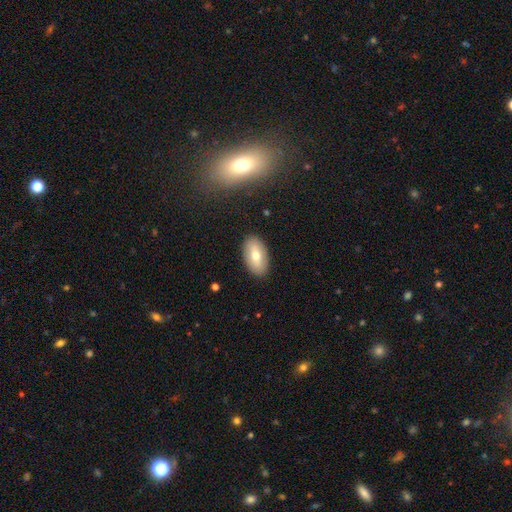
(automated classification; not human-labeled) This appears to be a smooth galaxy with no disk features (65%) that is in between round and cigar-shaped (93%). Merging: none (88%).